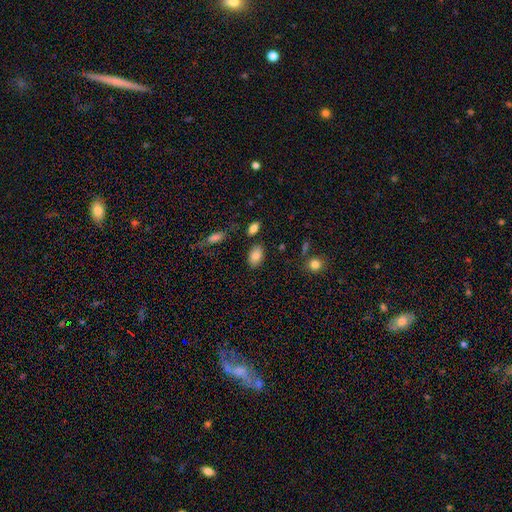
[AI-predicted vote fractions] This is clearly a smooth galaxy (84%). How rounded: clearly in between (89%). Merging: clearly none (81%).